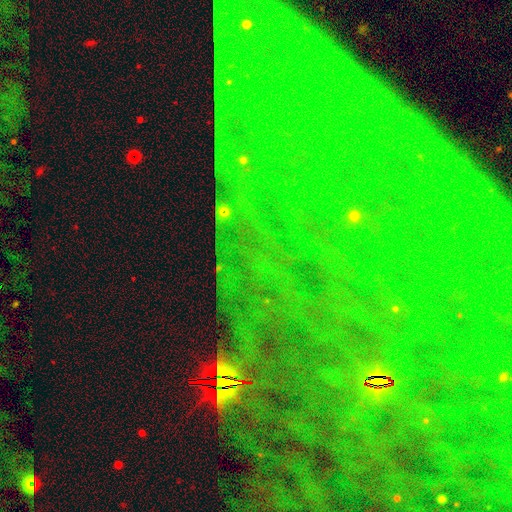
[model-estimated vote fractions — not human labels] A star or artifact, not a galaxy (86%).